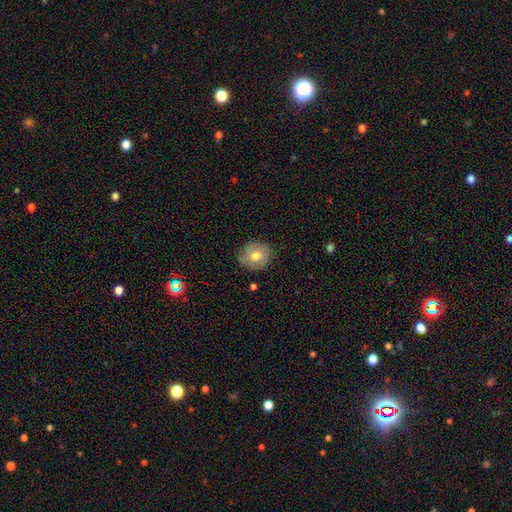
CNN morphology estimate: smooth-or-featured: smooth: 61% | featured or disk: 29% | star or artifact: 9%
  how-rounded: round: 82% | in between: 17% | cigar-shaped: 1%
  merging: none: 81% | minor disturbance: 15% | major disturbance: 3% | merger: 1%